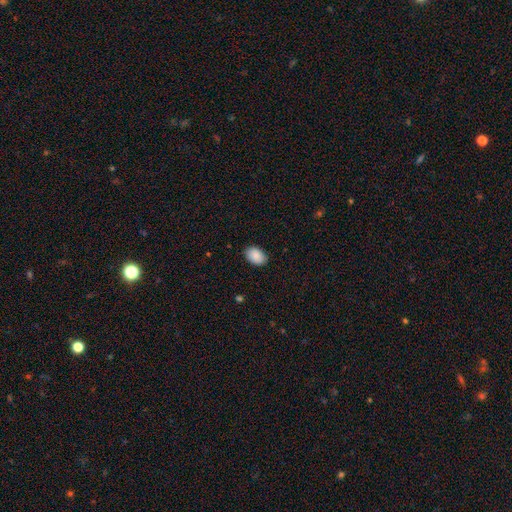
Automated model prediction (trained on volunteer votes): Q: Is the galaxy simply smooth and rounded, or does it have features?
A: smooth — 90%.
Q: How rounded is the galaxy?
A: in between — 88%.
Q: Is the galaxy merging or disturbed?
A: none — 88%.